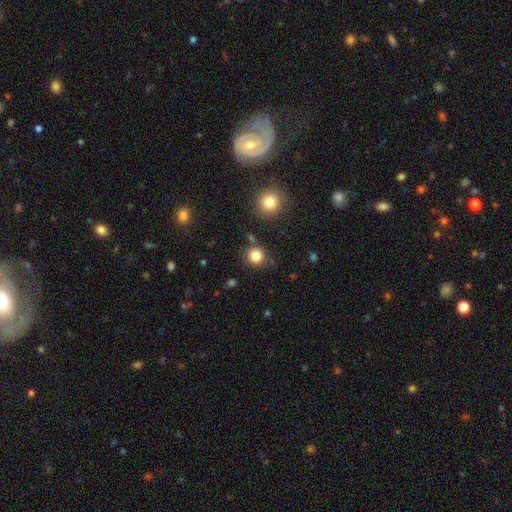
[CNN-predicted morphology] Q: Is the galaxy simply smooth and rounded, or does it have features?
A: smooth — 83%.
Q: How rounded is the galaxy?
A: round — 92%.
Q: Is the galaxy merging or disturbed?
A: none — 84%.